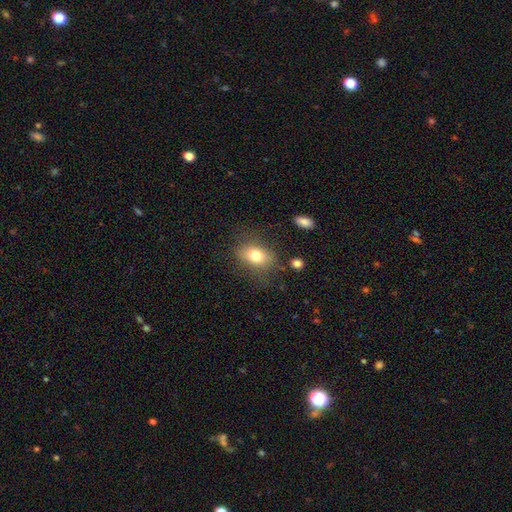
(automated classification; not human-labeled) Morphology: type=smooth (77%); roundness=in between (75%); merging=none (74%).